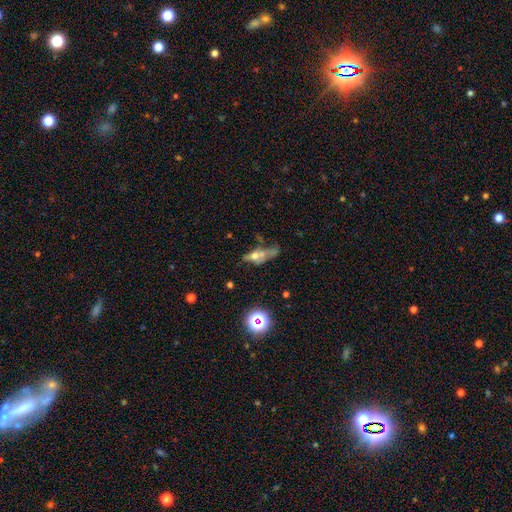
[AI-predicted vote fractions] smooth-or-featured: featured or disk: 43% | smooth: 40% | star or artifact: 18%
  merging: major disturbance: 29% | merger: 27% | none: 26% | minor disturbance: 18%